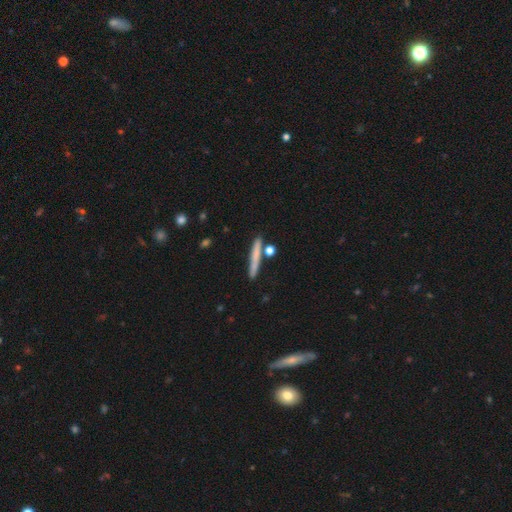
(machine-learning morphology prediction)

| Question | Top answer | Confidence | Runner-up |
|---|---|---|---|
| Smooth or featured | smooth | 65% | featured or disk (28%) |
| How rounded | cigar-shaped | 94% | in between (4%) |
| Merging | none | 81% | minor disturbance (10%) |